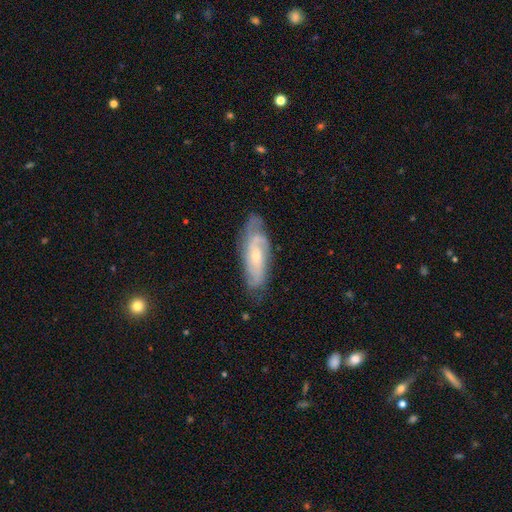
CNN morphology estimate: Smooth or featured: featured or disk — 76% (smooth — 17%)
Edge-on disk: no — 86% (yes — 14%)
Bar: no — 62% (weak — 31%)
Spiral arms: yes — 93% (no — 7%)
Spiral winding: tight — 49% (medium — 38%)
Spiral arm count: 2 — 37% (can't tell — 32%)
Bulge size: small — 61% (moderate — 34%)
Merging: none — 73% (minor disturbance — 20%)